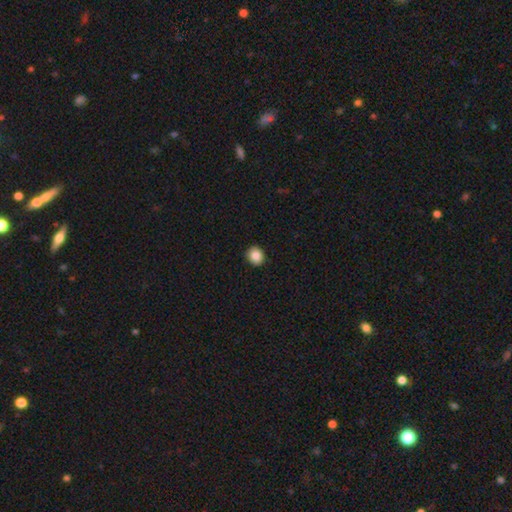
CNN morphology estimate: Overall: smooth (87%). How rounded: round (80%). Merging: none (92%).